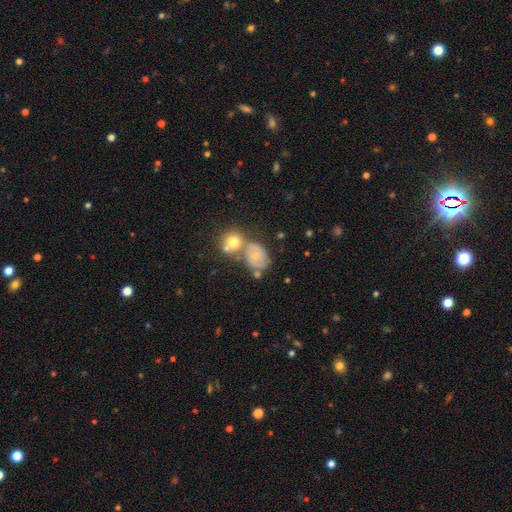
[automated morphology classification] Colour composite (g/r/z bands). It shows a featured or disk galaxy (53%) with no bar (78%), spiral arms (67%) and a small central bulge (53%). Merging: none (41%).